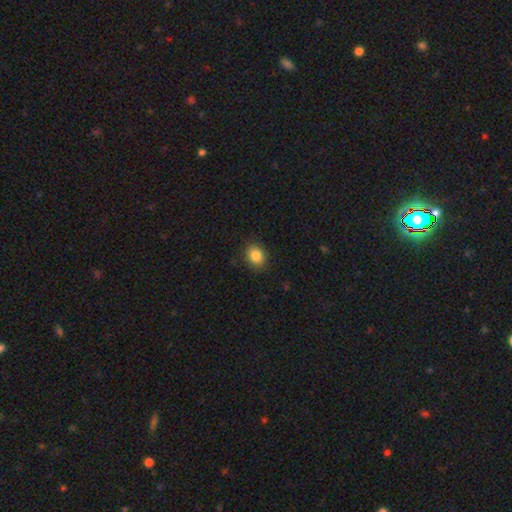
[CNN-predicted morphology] Overall: smooth (85%). How rounded: round (51%; in between 48%). Merging: none (88%).